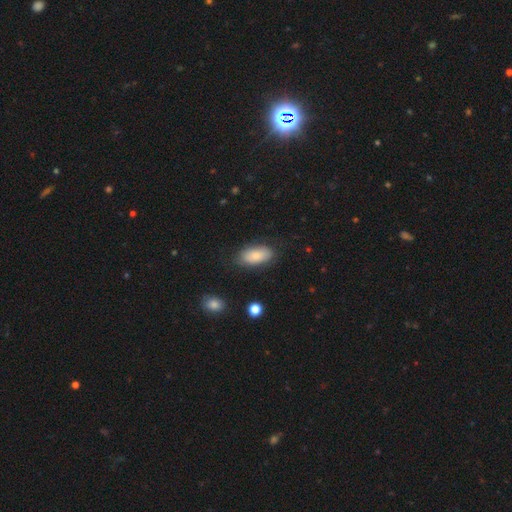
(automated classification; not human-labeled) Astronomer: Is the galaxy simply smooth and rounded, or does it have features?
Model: smooth — 76%.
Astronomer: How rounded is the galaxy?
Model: in between — 92%.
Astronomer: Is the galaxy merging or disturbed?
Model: none — 77%.